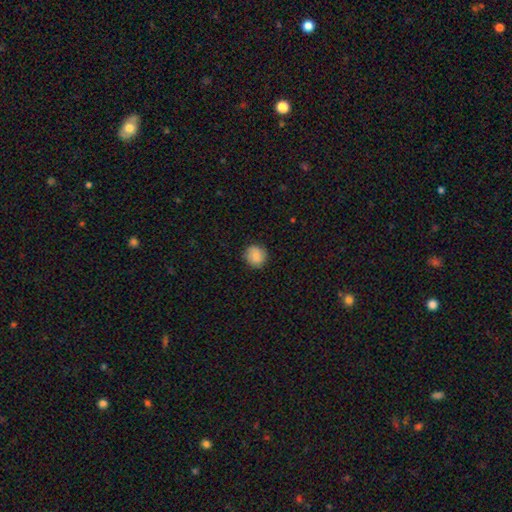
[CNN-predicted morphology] This appears to be a smooth galaxy with no disk features (85%) that is round (88%). Merging: none (87%).